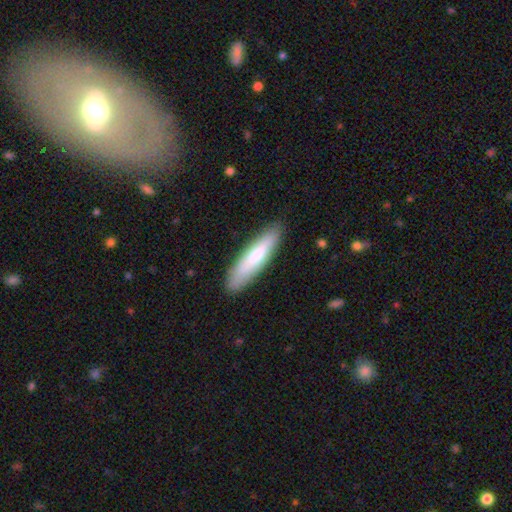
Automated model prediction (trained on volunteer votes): Q: Smooth or featured?
A: smooth (65%); runner-up: featured or disk (28%)
Q: How rounded?
A: cigar-shaped (80%); runner-up: in between (19%)
Q: Merging?
A: none (87%); runner-up: minor disturbance (10%)